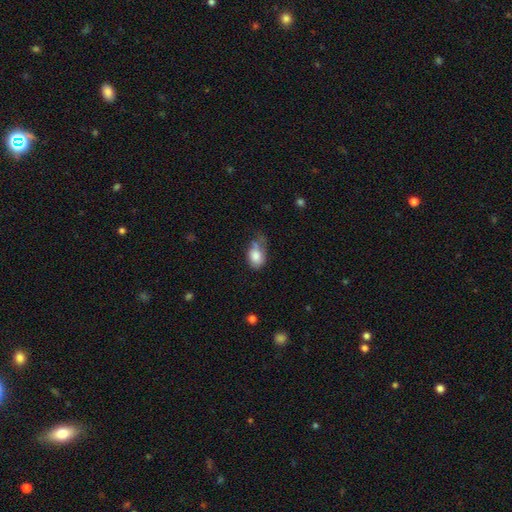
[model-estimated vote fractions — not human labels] The model was most divided on "merging": minor disturbance: 37%, none: 32%, major disturbance: 21%, merger: 10%. More confident: smooth or featured — smooth (80%); how rounded — in between (80%).